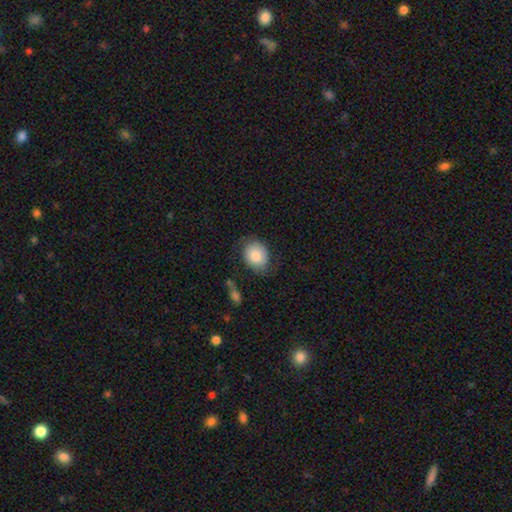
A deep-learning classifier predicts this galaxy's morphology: Smooth or featured?
  - smooth: 79% *
  - featured or disk: 14%
  - star or artifact: 7%
How rounded?
  - round: 52% *
  - in between: 47%
  - cigar-shaped: 1%
Merging?
  - none: 66% *
  - minor disturbance: 23%
  - major disturbance: 9%
  - merger: 2%